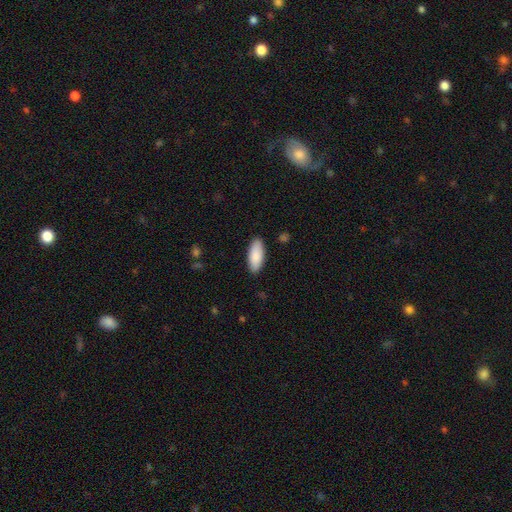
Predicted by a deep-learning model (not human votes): smooth_or_featured: smooth (p=0.88) [alt: featured or disk p=0.06]
how_rounded: in between (p=0.82) [alt: cigar-shaped p=0.16]
merging: none (p=0.89) [alt: minor disturbance p=0.08]